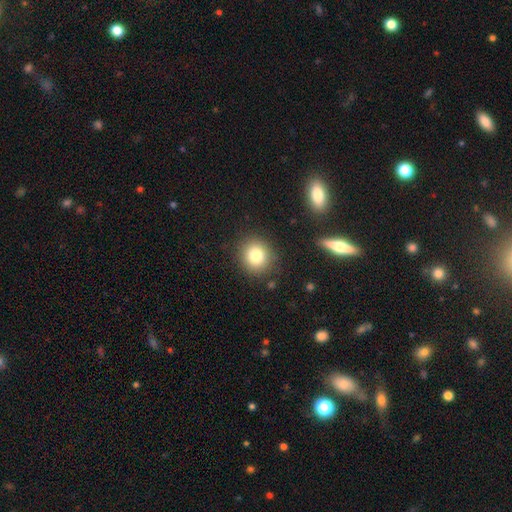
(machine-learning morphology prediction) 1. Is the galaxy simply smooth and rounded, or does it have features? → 79% smooth, 12% star or artifact, 9% featured or disk.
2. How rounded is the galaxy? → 86% round, 13% in between, 1% cigar-shaped.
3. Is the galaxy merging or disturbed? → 87% none, 8% minor disturbance, 3% major disturbance, 2% merger.